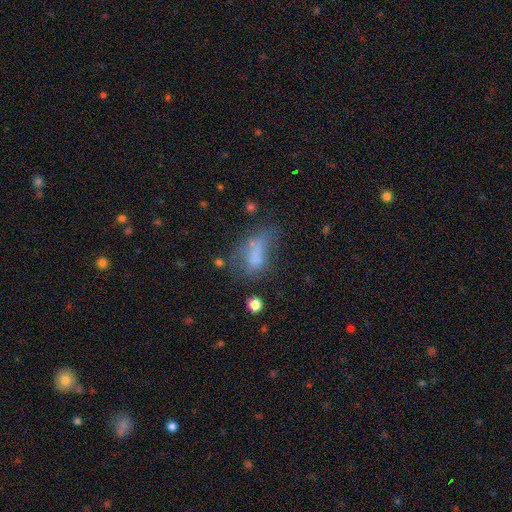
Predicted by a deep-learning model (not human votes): Smooth or featured? Predicted: smooth (p=0.61). How rounded? Predicted: in between (p=0.83). Merging? Predicted: major disturbance (p=0.36).